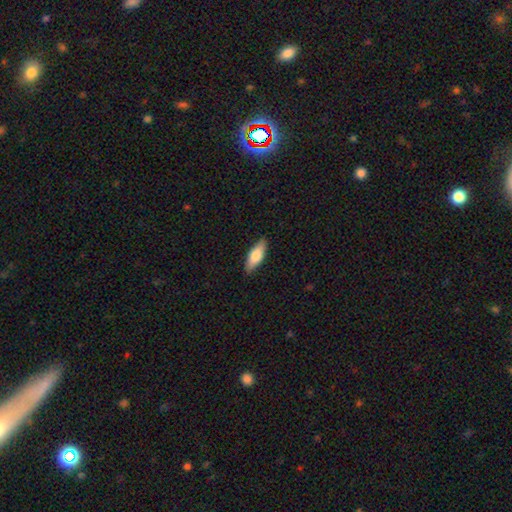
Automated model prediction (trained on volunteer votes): Smooth or featured? smooth (72%)
How rounded? in between (67%)
Merging? none (87%)